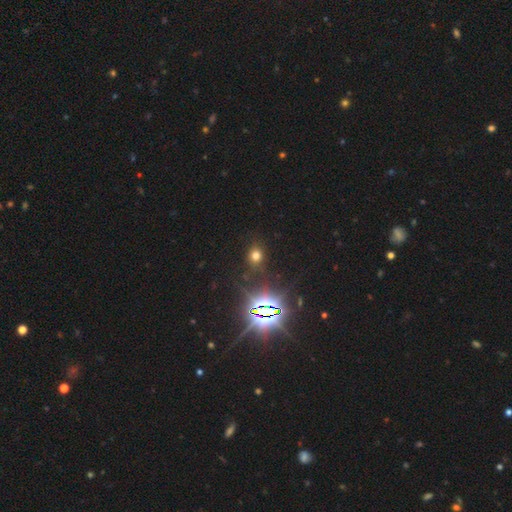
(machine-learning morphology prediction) Smooth or featured: smooth — 59% (star or artifact — 34%)
How rounded: round — 62% (in between — 37%)
Merging: none — 83% (minor disturbance — 10%)